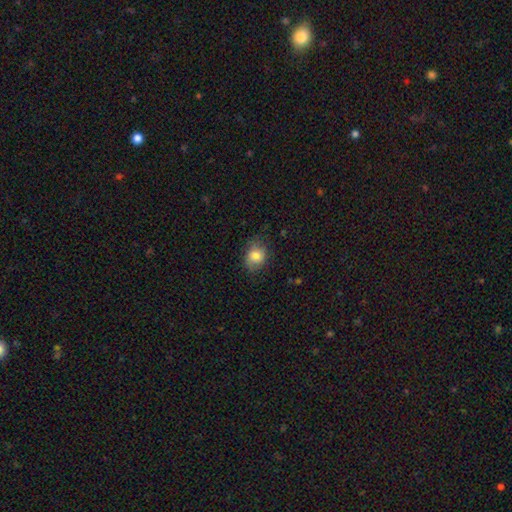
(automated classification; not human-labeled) Smooth or featured?
  - smooth: 80% *
  - featured or disk: 12%
  - star or artifact: 8%
How rounded?
  - round: 50% *
  - in between: 49%
  - cigar-shaped: 1%
Merging?
  - none: 70% *
  - minor disturbance: 22%
  - major disturbance: 6%
  - merger: 1%